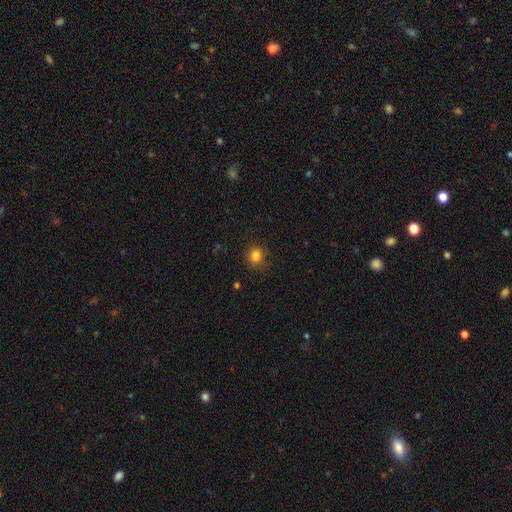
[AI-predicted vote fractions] A smooth galaxy with no disk features (83%) that is round (85%). Merging: none (87%).